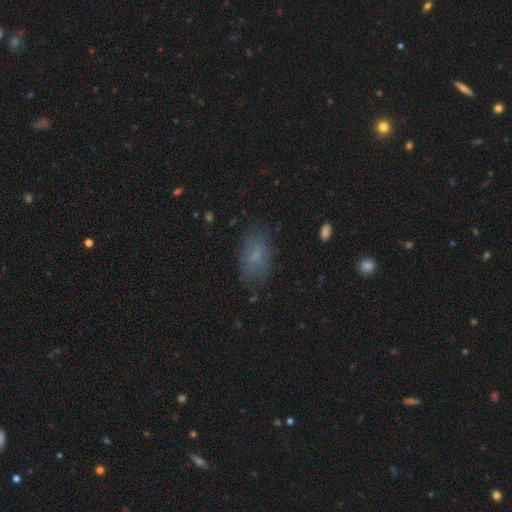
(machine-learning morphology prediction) smooth_or_featured: smooth (p=0.68) [alt: featured or disk p=0.20]
how_rounded: in between (p=0.89) [alt: round p=0.07]
merging: none (p=0.74) [alt: minor disturbance p=0.18]